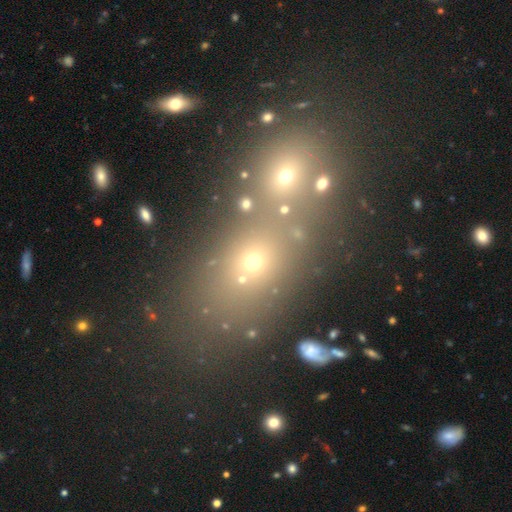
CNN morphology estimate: smooth_or_featured: smooth (p=0.52) [alt: star or artifact p=0.33]
how_rounded: in between (p=0.60) [alt: round p=0.35]
merging: none (p=0.52) [alt: merger p=0.33]